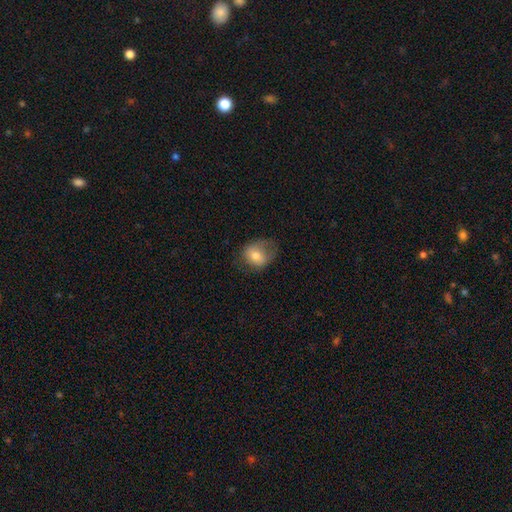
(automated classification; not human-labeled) A smooth galaxy with no disk features (73%) that is round (52%).

Vote fractions:
- Smooth or featured? smooth: 73% / featured or disk: 19% / star or artifact: 9%
- How rounded? round: 52% / in between: 47% / cigar-shaped: 1%
- Merging? none: 46% / minor disturbance: 31% / major disturbance: 21% / merger: 1%